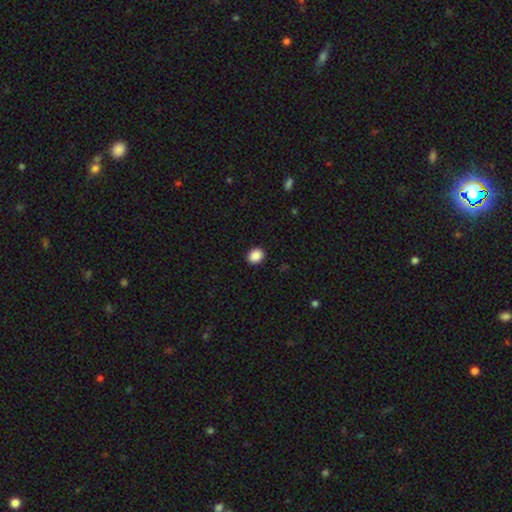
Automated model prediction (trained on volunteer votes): This is clearly a smooth galaxy (89%). How rounded: possibly round (50%). Merging: clearly none (91%).